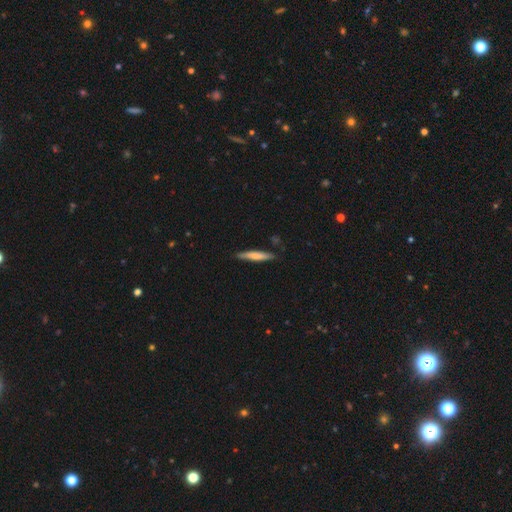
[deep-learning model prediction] A smooth galaxy with no disk features (65%) that is cigar-shaped (92%). Merging: none (86%).